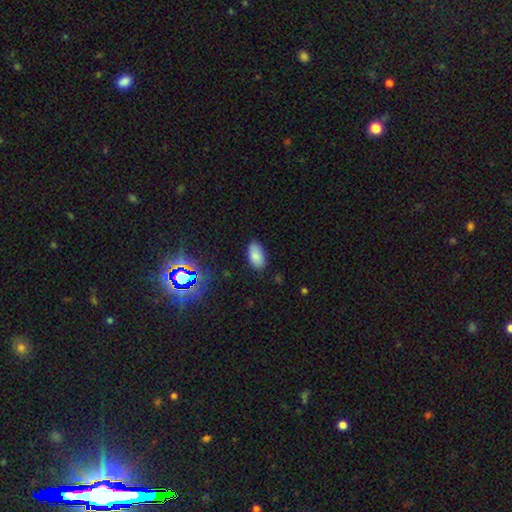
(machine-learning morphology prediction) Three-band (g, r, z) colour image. It shows a smooth galaxy with no disk features (82%) that is in between round and cigar-shaped (95%). Merging: none (84%).